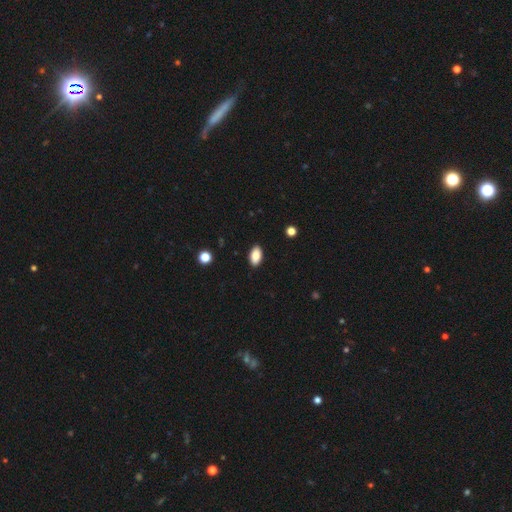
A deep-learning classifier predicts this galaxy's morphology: This appears to be a smooth galaxy with no disk features (87%) that is in between round and cigar-shaped (93%). Merging: none (90%).